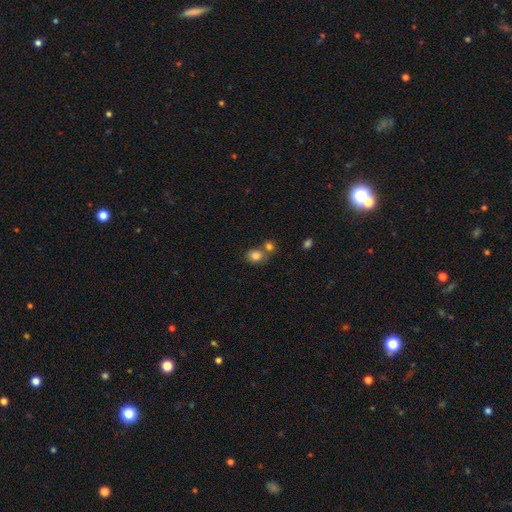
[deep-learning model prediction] smooth_or_featured: smooth (p=0.82) [alt: star or artifact p=0.11]
how_rounded: round (p=0.61) [alt: in between p=0.38]
merging: none (p=0.54) [alt: merger p=0.32]